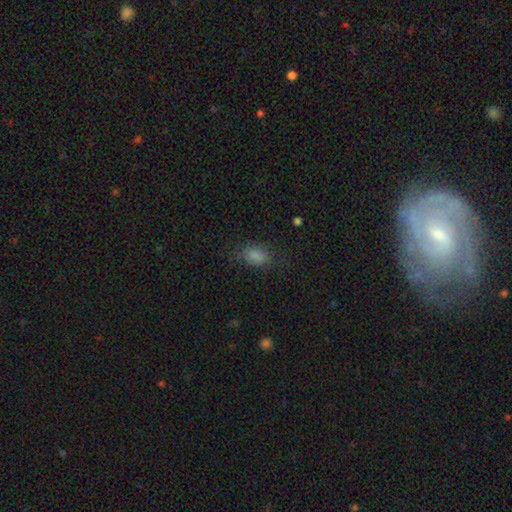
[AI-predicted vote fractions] Smooth or featured? smooth (83%)
How rounded? in between (84%)
Merging? none (74%)